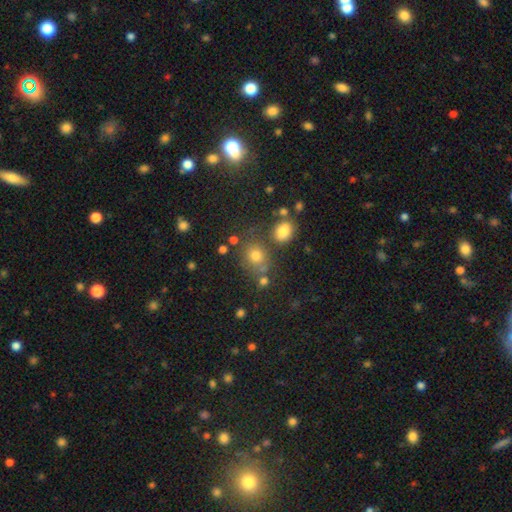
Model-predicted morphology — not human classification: This appears to be a smooth galaxy with no disk features (72%) that is round (70%). Merging: none (66%).